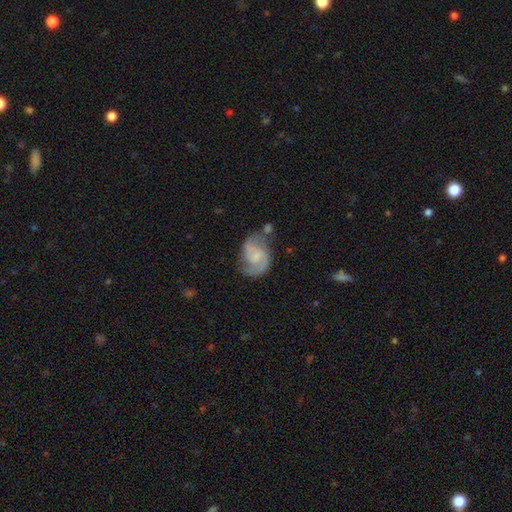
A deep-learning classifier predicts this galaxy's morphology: Smooth or featured?
  - featured or disk: 74% *
  - smooth: 19%
  - star or artifact: 7%
Edge-on disk?
  - no: 98% *
  - yes: 2%
Bar?
  - weak: 48% *
  - no: 42%
  - strong: 10%
Spiral arms?
  - yes: 93% *
  - no: 7%
Spiral winding?
  - medium: 51% *
  - loose: 28%
  - tight: 21%
Spiral arm count?
  - 2: 87% *
  - can't tell: 6%
  - 1: 3%
  - 3: 2%
  - 4: 1%
  - more than 4: 1%
Bulge size?
  - small: 39% *
  - none: 36%
  - moderate: 20%
  - large: 4%
  - dominant: 1%
Merging?
  - none: 57% *
  - minor disturbance: 24%
  - major disturbance: 11%
  - merger: 8%